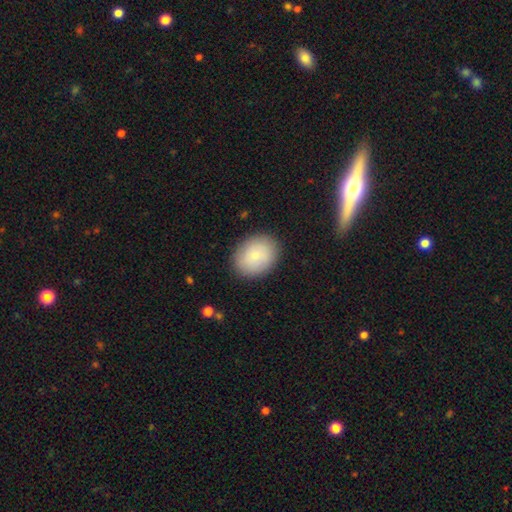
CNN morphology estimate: Smooth or featured? Predicted: smooth (p=0.82). How rounded? Predicted: in between (p=0.57). Merging? Predicted: none (p=0.87).